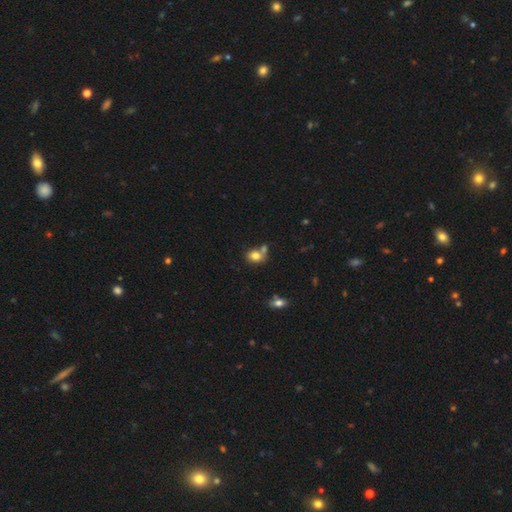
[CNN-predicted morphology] A smooth galaxy with no disk features (79%) that is round (55%).

Vote fractions:
- Smooth or featured? smooth: 79% / star or artifact: 11% / featured or disk: 10%
- How rounded? round: 55% / in between: 44% / cigar-shaped: 1%
- Merging? none: 50% / merger: 32% / minor disturbance: 13% / major disturbance: 4%